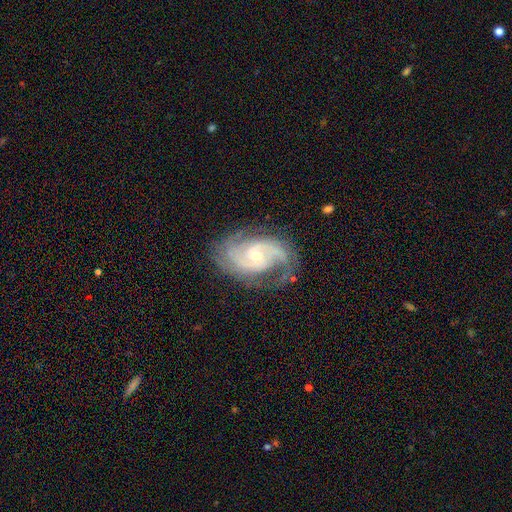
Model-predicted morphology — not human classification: Smooth or featured?
  - featured or disk: 90% *
  - star or artifact: 5%
  - smooth: 5%
Edge-on disk?
  - no: 97% *
  - yes: 3%
Bar?
  - no: 57% *
  - weak: 35%
  - strong: 8%
Spiral arms?
  - yes: 98% *
  - no: 2%
Spiral winding?
  - medium: 45% *
  - tight: 44%
  - loose: 11%
Spiral arm count?
  - 2: 57% *
  - 3: 17%
  - can't tell: 13%
  - 4: 4%
  - 1: 4%
  - more than 4: 4%
Bulge size?
  - small: 53% *
  - moderate: 44%
  - large: 2%
  - none: 1%
  - dominant: 1%
Merging?
  - none: 72% *
  - minor disturbance: 18%
  - major disturbance: 8%
  - merger: 1%